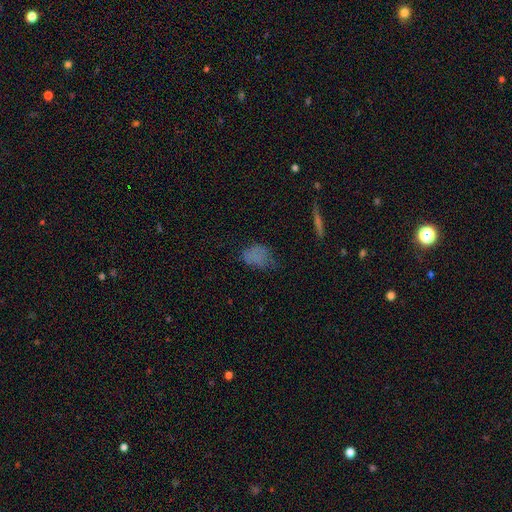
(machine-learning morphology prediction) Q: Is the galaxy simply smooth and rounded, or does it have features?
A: smooth — 68%.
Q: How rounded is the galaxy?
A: in between — 78%.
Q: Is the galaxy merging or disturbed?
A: none — 45%.